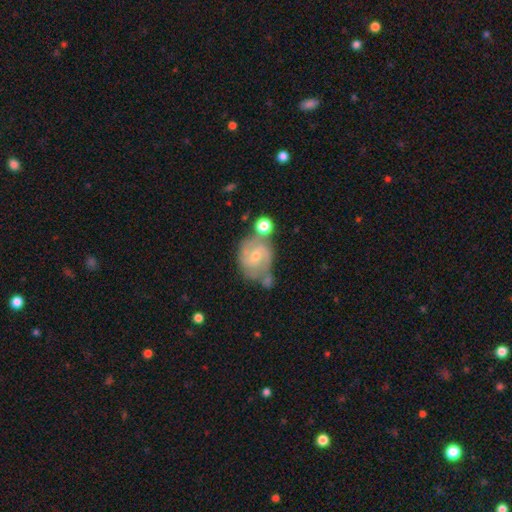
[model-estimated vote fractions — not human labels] This appears to be a featured or disk galaxy (77%) with no bar (48%), 2 (64%) medium (48%) spiral arms (93%) and a small central bulge (54%). Merging: none (41%).